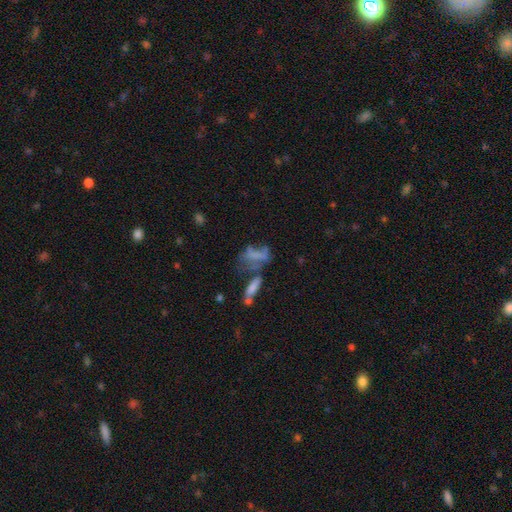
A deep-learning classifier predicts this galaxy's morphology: A smooth galaxy with no disk features (50%) that is in between round and cigar-shaped (72%).

Vote fractions:
- Smooth or featured? smooth: 50% / featured or disk: 34% / star or artifact: 16%
- How rounded? in between: 72% / cigar-shaped: 19% / round: 9%
- Merging? merger: 35% / major disturbance: 28% / none: 23% / minor disturbance: 14%